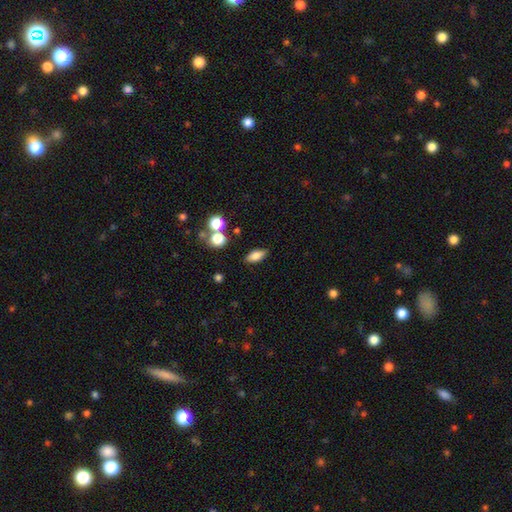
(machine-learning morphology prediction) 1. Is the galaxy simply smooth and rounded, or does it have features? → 74% smooth, 17% featured or disk, 10% star or artifact.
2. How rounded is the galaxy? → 77% in between, 16% cigar-shaped, 7% round.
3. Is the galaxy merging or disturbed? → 83% none, 10% minor disturbance, 4% merger, 3% major disturbance.